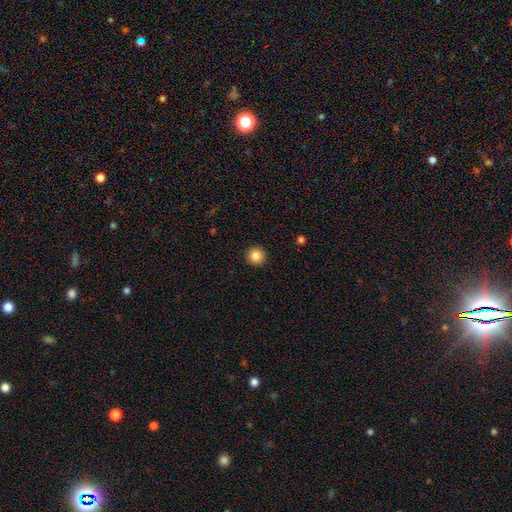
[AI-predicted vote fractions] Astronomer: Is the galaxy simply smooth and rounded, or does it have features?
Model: smooth — 86%.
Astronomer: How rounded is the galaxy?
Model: round — 96%.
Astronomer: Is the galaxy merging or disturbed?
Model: none — 93%.